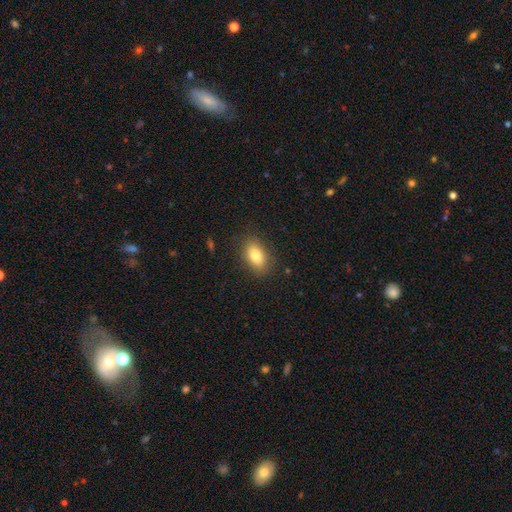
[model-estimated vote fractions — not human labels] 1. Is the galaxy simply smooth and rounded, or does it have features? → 81% smooth, 10% featured or disk, 9% star or artifact.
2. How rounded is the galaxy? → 86% in between, 11% round, 3% cigar-shaped.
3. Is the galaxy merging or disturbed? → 85% none, 11% minor disturbance, 3% major disturbance, 1% merger.